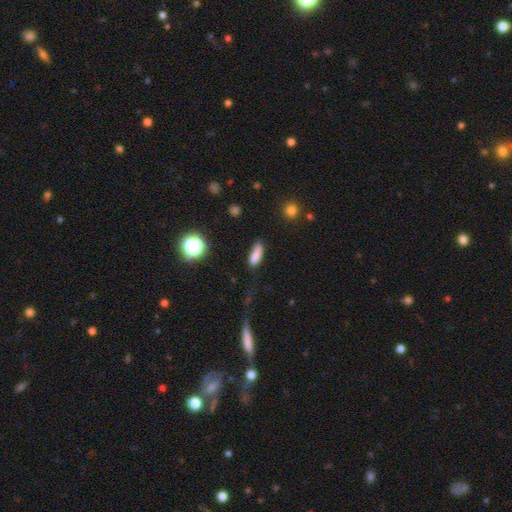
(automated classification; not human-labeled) A smooth galaxy with no disk features (81%) that is in between round and cigar-shaped (60%).

Vote fractions:
- Smooth or featured? smooth: 81% / star or artifact: 11% / featured or disk: 8%
- How rounded? in between: 60% / cigar-shaped: 36% / round: 4%
- Merging? none: 66% / minor disturbance: 23% / major disturbance: 7% / merger: 4%